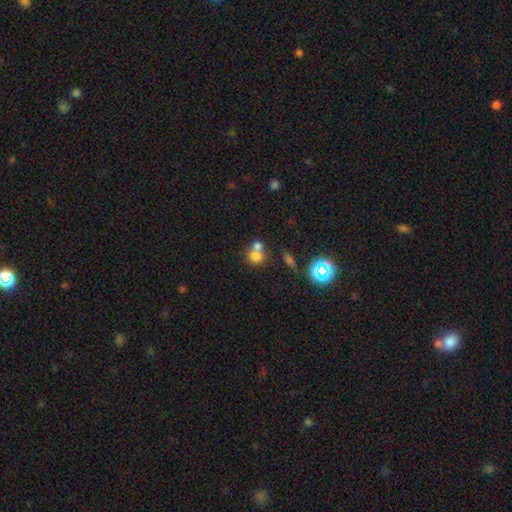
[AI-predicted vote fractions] smooth_or_featured: smooth (p=0.71) [alt: star or artifact p=0.15]
how_rounded: round (p=0.76) [alt: in between p=0.23]
merging: merger (p=0.56) [alt: none p=0.34]